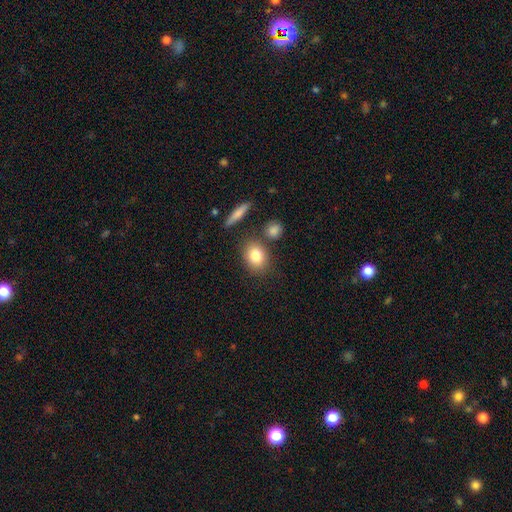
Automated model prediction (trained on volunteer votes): smooth 81%, featured or disk 10%, star or artifact 9%. Down the decision tree: how rounded — in between (55%); merging — none (75%).